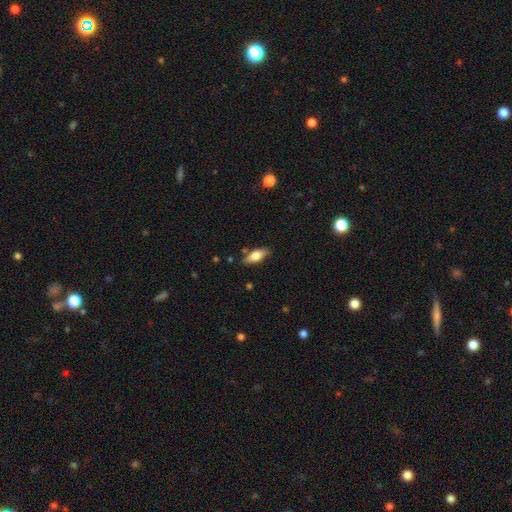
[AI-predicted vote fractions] smooth 67%, featured or disk 26%, star or artifact 7%. Down the decision tree: how rounded — in between (71%); merging — none (81%).